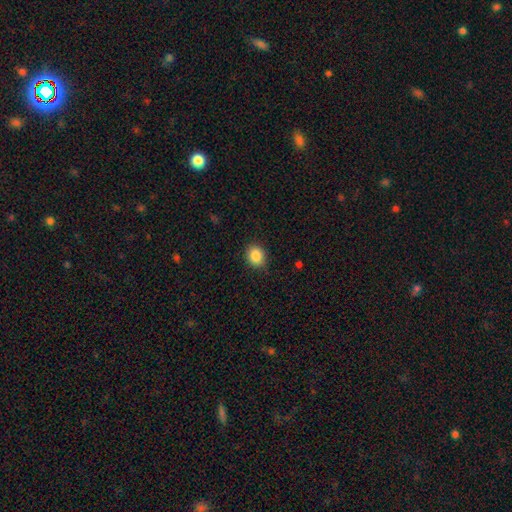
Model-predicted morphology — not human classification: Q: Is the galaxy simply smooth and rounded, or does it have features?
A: smooth — 87%.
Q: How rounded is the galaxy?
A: round — 62%.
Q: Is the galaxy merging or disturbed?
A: none — 85%.